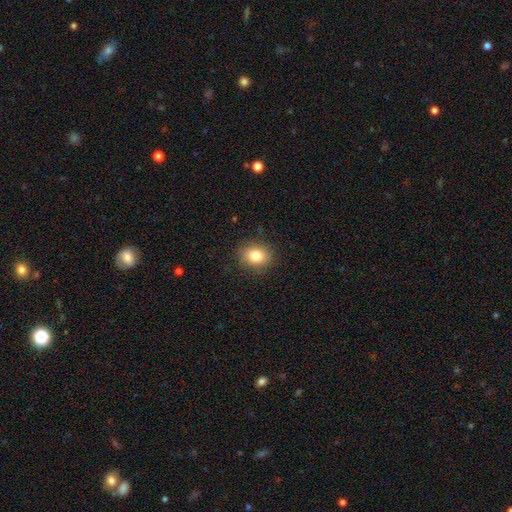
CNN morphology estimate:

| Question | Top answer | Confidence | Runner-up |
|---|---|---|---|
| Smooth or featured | smooth | 81% | star or artifact (10%) |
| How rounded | round | 60% | in between (39%) |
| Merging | none | 87% | minor disturbance (9%) |